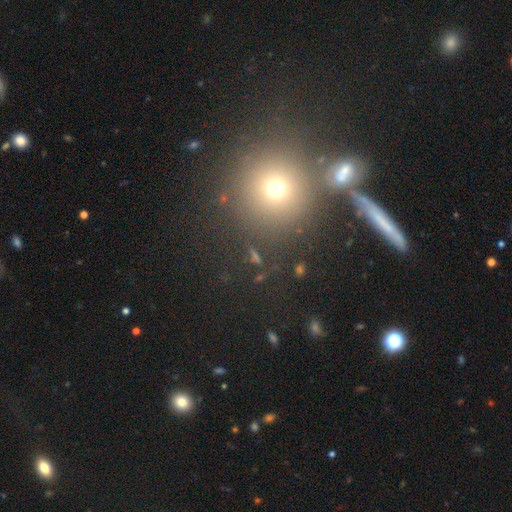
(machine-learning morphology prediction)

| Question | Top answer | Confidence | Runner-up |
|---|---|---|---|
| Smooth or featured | smooth | 53% | star or artifact (32%) |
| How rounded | round | 86% | in between (10%) |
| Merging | none | 78% | minor disturbance (9%) |